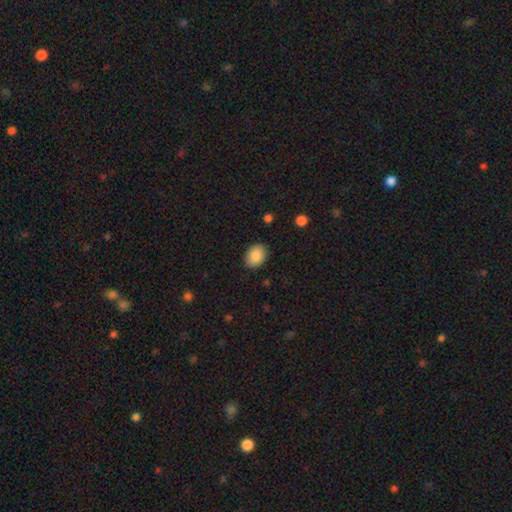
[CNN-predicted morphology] Smooth or featured?
  - smooth: 88% *
  - star or artifact: 7%
  - featured or disk: 5%
How rounded?
  - in between: 71% *
  - round: 28%
  - cigar-shaped: 1%
Merging?
  - none: 87% *
  - minor disturbance: 9%
  - major disturbance: 2%
  - merger: 1%